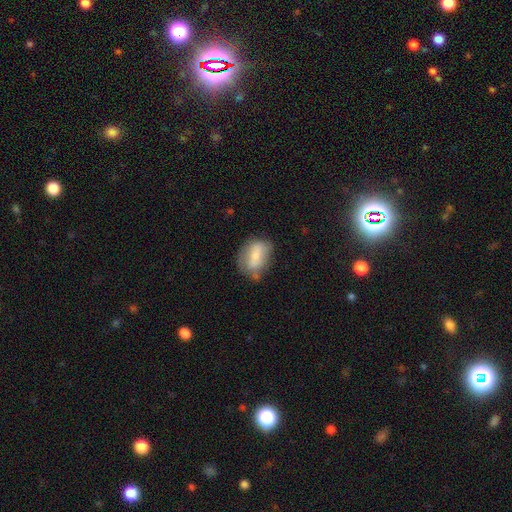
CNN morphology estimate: Q: Smooth or featured?
A: smooth (66%); runner-up: featured or disk (26%)
Q: How rounded?
A: in between (75%); runner-up: round (22%)
Q: Merging?
A: none (52%); runner-up: minor disturbance (31%)